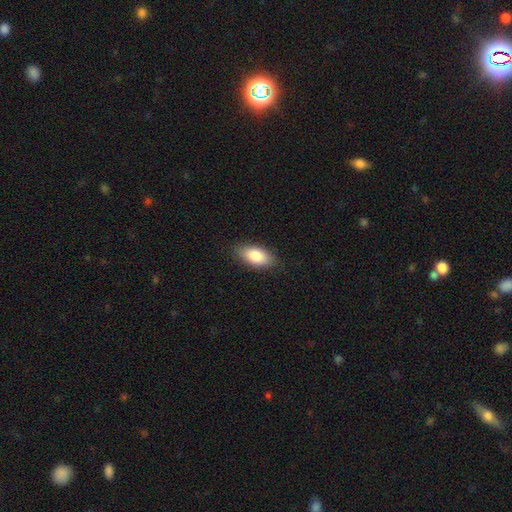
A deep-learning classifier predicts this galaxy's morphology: A smooth galaxy with no disk features (84%) that is in between round and cigar-shaped (90%).

Vote fractions:
- Smooth or featured? smooth: 84% / featured or disk: 9% / star or artifact: 6%
- How rounded? in between: 90% / cigar-shaped: 7% / round: 3%
- Merging? none: 86% / minor disturbance: 11% / major disturbance: 2% / merger: 1%